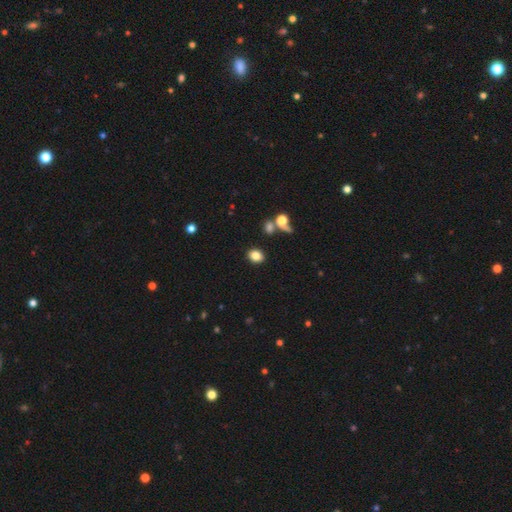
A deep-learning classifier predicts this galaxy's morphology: A smooth galaxy with no disk features (82%) that is in between round and cigar-shaped (52%).

Vote fractions:
- Smooth or featured? smooth: 82% / star or artifact: 11% / featured or disk: 8%
- How rounded? in between: 52% / round: 47% / cigar-shaped: 1%
- Merging? none: 84% / minor disturbance: 8% / merger: 5% / major disturbance: 3%